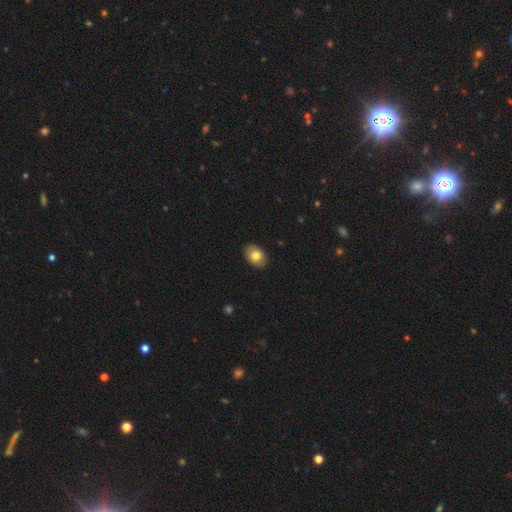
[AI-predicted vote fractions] A smooth galaxy with no disk features (80%) that is in between round and cigar-shaped (83%).

Vote fractions:
- Smooth or featured? smooth: 80% / featured or disk: 13% / star or artifact: 7%
- How rounded? in between: 83% / round: 16% / cigar-shaped: 1%
- Merging? none: 87% / minor disturbance: 10% / major disturbance: 2% / merger: 1%